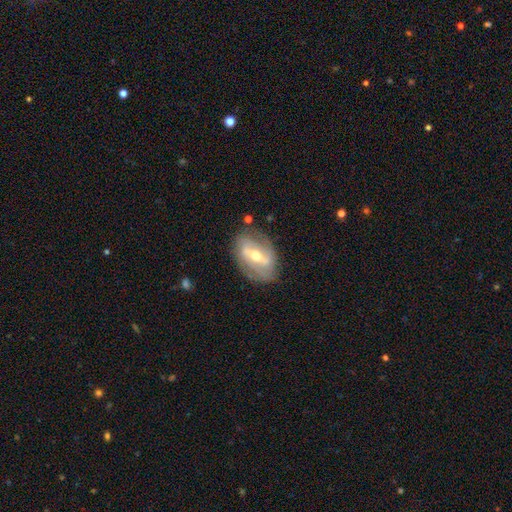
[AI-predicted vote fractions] Smooth or featured: featured or disk — 75% (smooth — 19%)
Edge-on disk: no — 91% (yes — 9%)
Bar: strong — 55% (weak — 32%)
Spiral arms: yes — 65% (no — 35%)
Bulge size: moderate — 64% (small — 31%)
Merging: none — 75% (minor disturbance — 17%)